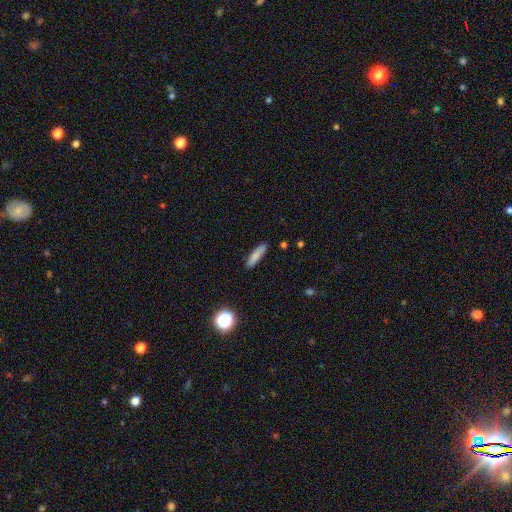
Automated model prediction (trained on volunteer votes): This appears to be a smooth galaxy with no disk features (82%) that is cigar-shaped (74%). Merging: none (88%).